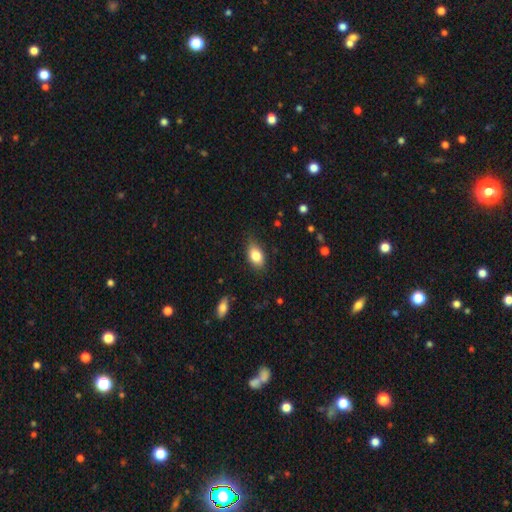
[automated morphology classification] smooth 82%, featured or disk 10%, star or artifact 8%. Down the decision tree: how rounded — in between (87%); merging — none (77%).